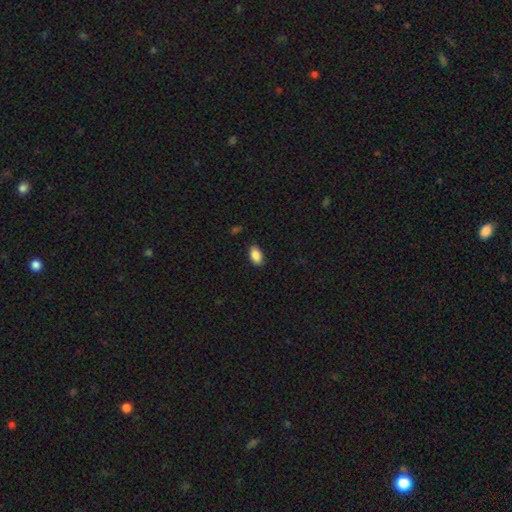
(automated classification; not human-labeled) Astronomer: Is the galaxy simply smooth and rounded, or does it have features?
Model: smooth — 89%.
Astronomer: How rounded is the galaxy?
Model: in between — 92%.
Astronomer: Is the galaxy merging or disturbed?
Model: none — 86%.